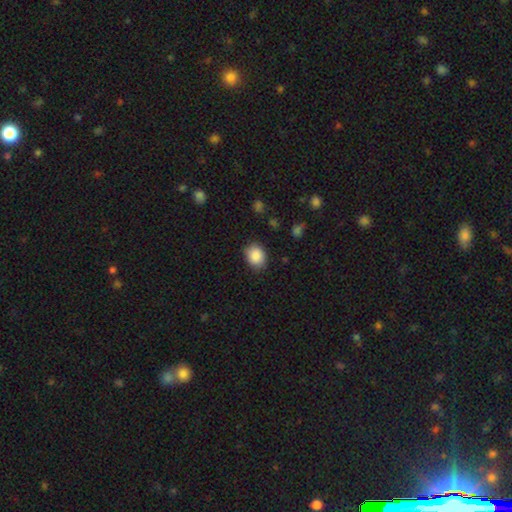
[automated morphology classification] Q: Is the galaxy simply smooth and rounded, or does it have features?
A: smooth — 88%.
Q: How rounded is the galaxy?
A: in between — 55%.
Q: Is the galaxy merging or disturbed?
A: none — 83%.